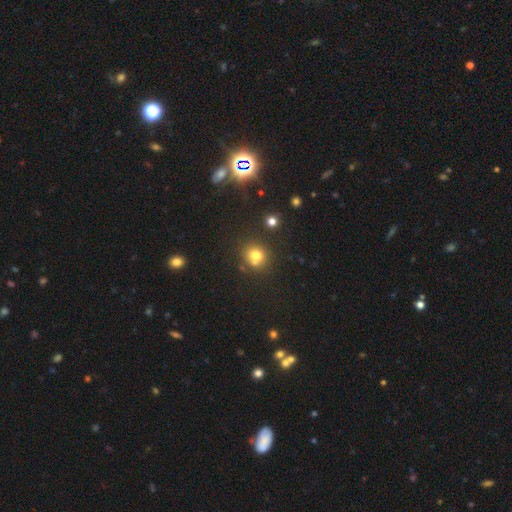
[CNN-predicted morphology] The model was most divided on "merging": none: 64%, merger: 21%, minor disturbance: 11%, major disturbance: 4%. More confident: how rounded — round (85%); smooth or featured — smooth (72%).